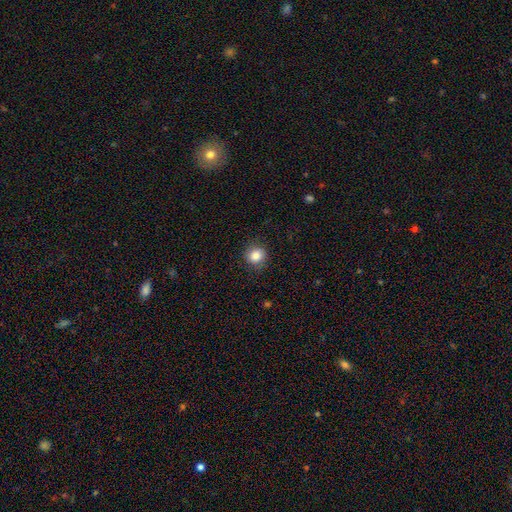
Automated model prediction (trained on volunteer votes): smooth-or-featured: smooth: 85% | star or artifact: 10% | featured or disk: 5%
  how-rounded: round: 84% | in between: 15% | cigar-shaped: 1%
  merging: none: 85% | minor disturbance: 11% | major disturbance: 3% | merger: 1%